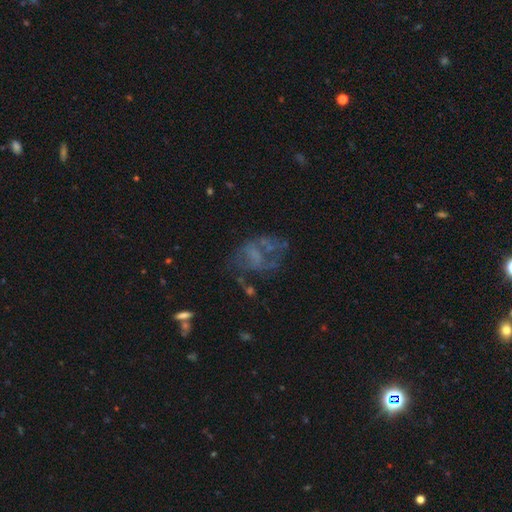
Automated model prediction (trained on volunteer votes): smooth-or-featured: featured or disk: 57% | smooth: 25% | star or artifact: 18%
  disk-edge-on: no: 97% | yes: 3%
    bar: no: 72% | weak: 22% | strong: 6%
    has-spiral-arms: no: 67% | yes: 33%
    bulge-size: none: 64% | small: 18% | moderate: 13% | large: 4% | dominant: 1%
  merging: none: 40% | major disturbance: 34% | minor disturbance: 19% | merger: 7%